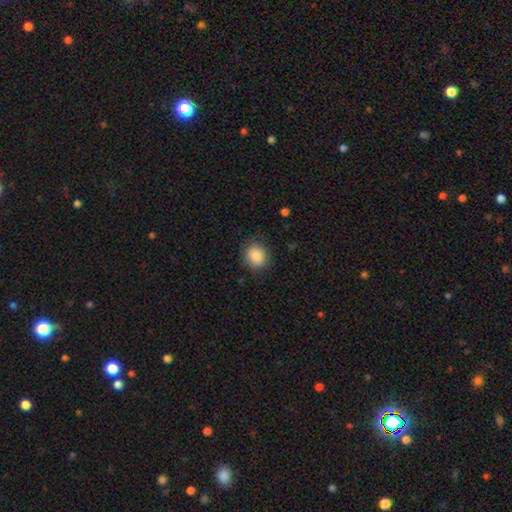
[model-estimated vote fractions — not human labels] Smooth or featured: smooth — 85% (star or artifact — 9%)
How rounded: round — 74% (in between — 25%)
Merging: none — 83% (minor disturbance — 12%)